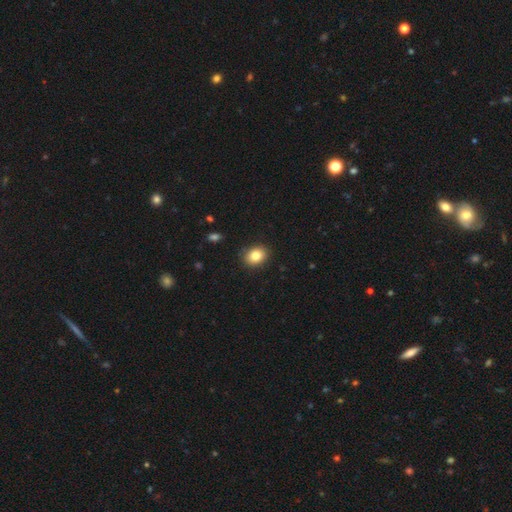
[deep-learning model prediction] This is clearly a smooth galaxy (83%). How rounded: possibly in between (52%). Merging: clearly none (88%).